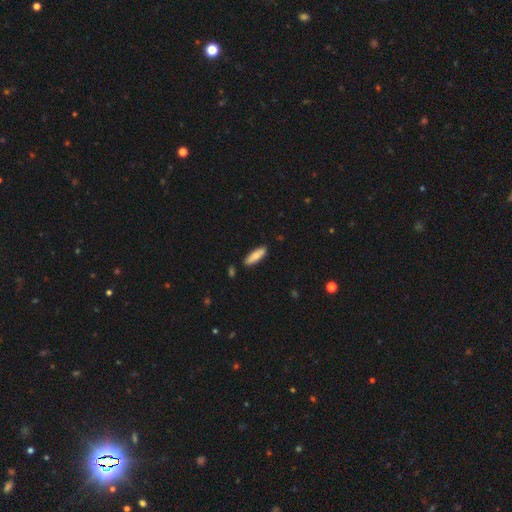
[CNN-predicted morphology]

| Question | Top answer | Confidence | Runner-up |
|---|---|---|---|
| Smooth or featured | smooth | 77% | featured or disk (18%) |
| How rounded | cigar-shaped | 56% | in between (42%) |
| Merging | none | 86% | minor disturbance (10%) |